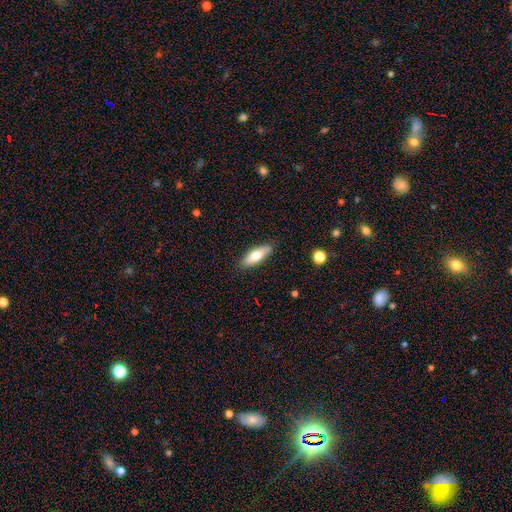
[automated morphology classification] Overall: smooth (68%). How rounded: in between (56%; cigar-shaped 42%). Merging: none (85%).